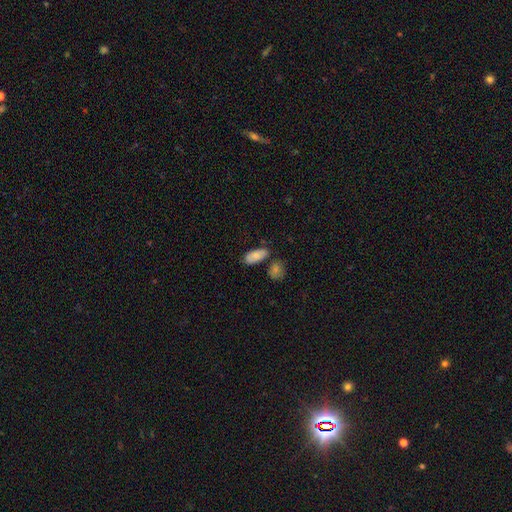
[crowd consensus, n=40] Smooth or featured: smooth — 85% (featured or disk — 12%)
How rounded: in between — 85% (cigar-shaped — 15%)
Merging: none — 87% (minor disturbance — 5%)